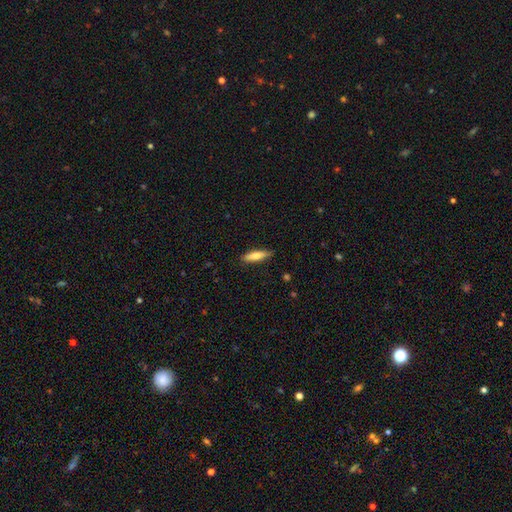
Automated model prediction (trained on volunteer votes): Morphology: type=smooth (71%); roundness=cigar-shaped (73%); merging=none (86%).